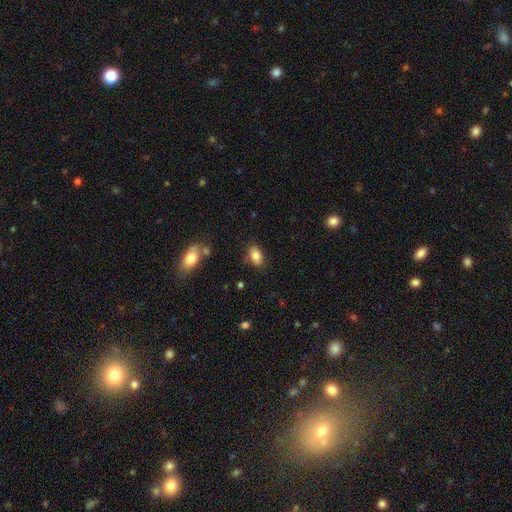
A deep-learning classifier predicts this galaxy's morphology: Smooth or featured? Predicted: smooth (p=0.83). How rounded? Predicted: in between (p=0.90). Merging? Predicted: none (p=0.80).